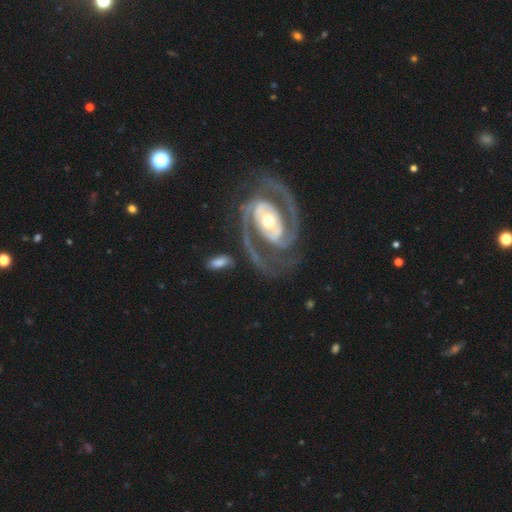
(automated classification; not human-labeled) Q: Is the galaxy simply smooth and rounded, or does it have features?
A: featured or disk — 92%.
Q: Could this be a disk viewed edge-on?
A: no — 97%.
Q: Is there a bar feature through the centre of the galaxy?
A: strong — 38%.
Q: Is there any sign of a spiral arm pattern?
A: yes — 97%.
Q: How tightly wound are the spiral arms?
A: medium — 48%.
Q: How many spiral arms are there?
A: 2 — 92%.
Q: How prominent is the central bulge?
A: moderate — 56%.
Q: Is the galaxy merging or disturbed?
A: none — 74%.